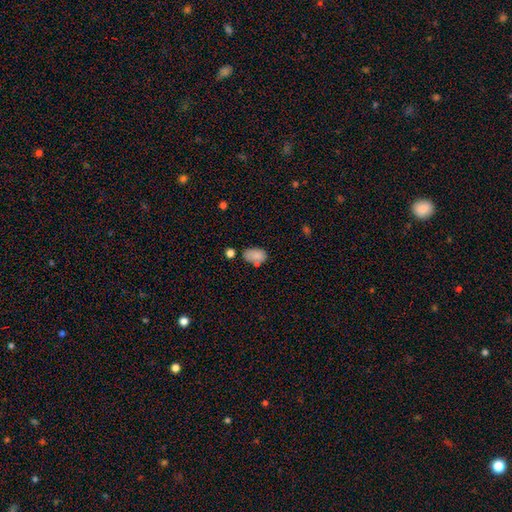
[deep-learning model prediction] Smooth or featured? Predicted: smooth (p=0.82). How rounded? Predicted: in between (p=0.88). Merging? Predicted: none (p=0.52).